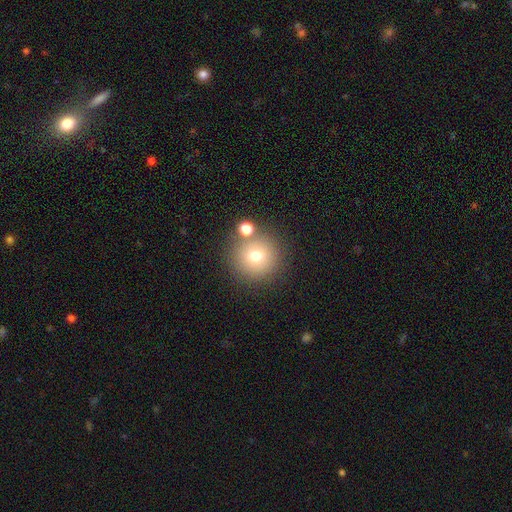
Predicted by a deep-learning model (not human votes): This is likely a smooth galaxy (73%). How rounded: clearly round (94%). Merging: likely none (75%).